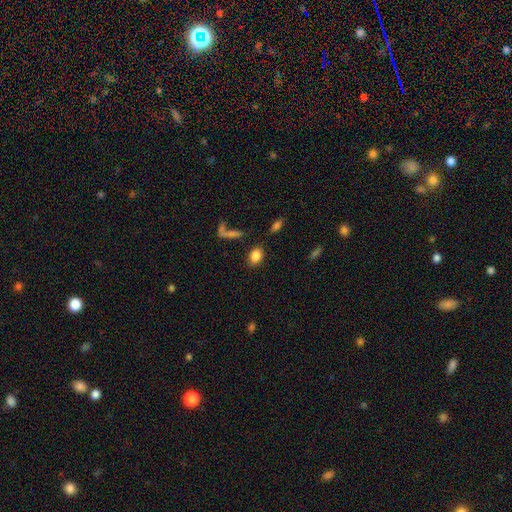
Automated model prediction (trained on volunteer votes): Overall: smooth (85%). How rounded: in between (75%). Merging: none (81%).